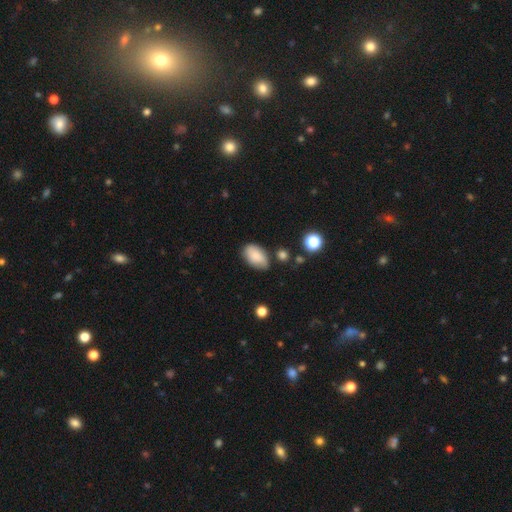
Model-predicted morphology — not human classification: Q: Smooth or featured?
A: smooth (83%); runner-up: featured or disk (9%)
Q: How rounded?
A: in between (92%); runner-up: round (6%)
Q: Merging?
A: none (69%); runner-up: minor disturbance (23%)